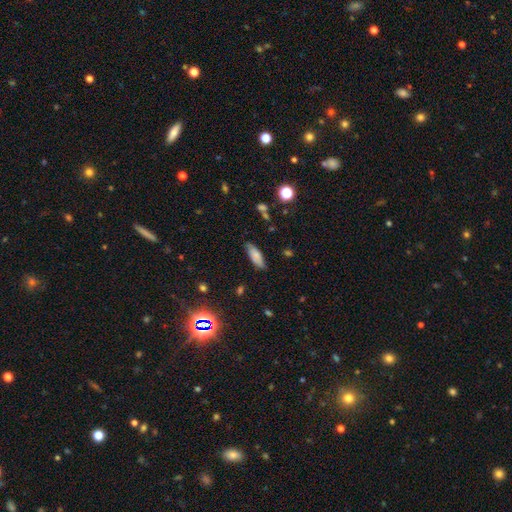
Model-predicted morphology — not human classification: smooth-or-featured: smooth: 71% | featured or disk: 20% | star or artifact: 9%
  how-rounded: in between: 70% | cigar-shaped: 28% | round: 2%
  merging: none: 75% | minor disturbance: 19% | major disturbance: 3% | merger: 2%